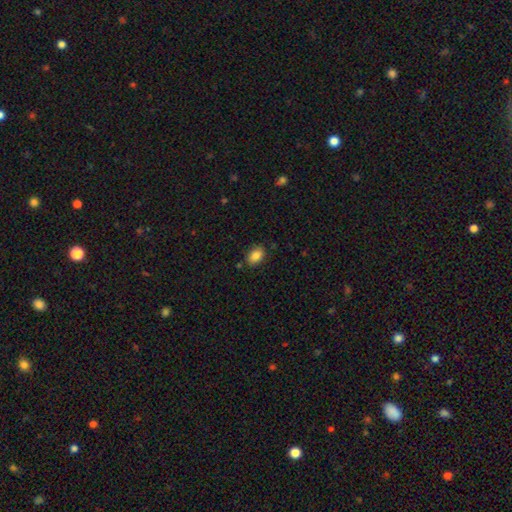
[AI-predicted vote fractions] This is clearly a smooth galaxy (86%). How rounded: clearly in between (82%). Merging: clearly none (84%).